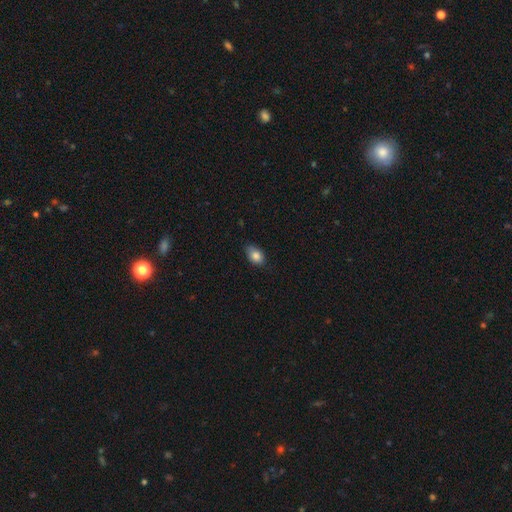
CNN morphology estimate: The model was most divided on "merging": none: 75%, minor disturbance: 21%, major disturbance: 3%, merger: 1%. More confident: how rounded — in between (85%); smooth or featured — smooth (84%).